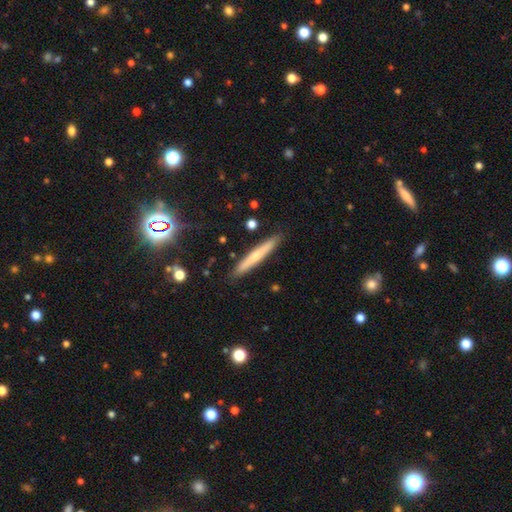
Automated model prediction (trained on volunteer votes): Q: Smooth or featured?
A: smooth (52%); runner-up: featured or disk (40%)
Q: How rounded?
A: cigar-shaped (95%); runner-up: in between (4%)
Q: Merging?
A: none (89%); runner-up: minor disturbance (8%)